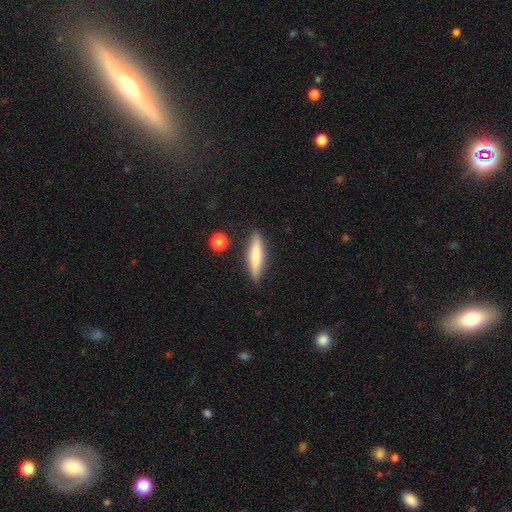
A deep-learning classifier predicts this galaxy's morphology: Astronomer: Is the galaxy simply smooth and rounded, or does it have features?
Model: smooth — 72%.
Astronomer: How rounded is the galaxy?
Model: cigar-shaped — 80%.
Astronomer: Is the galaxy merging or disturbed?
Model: none — 86%.